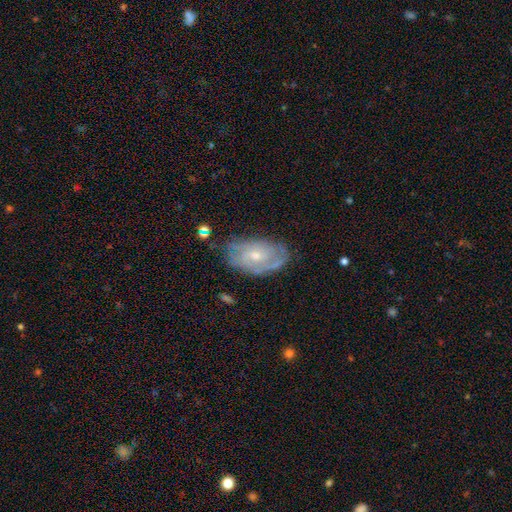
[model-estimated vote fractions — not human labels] Smooth or featured?
  - featured or disk: 73% *
  - smooth: 20%
  - star or artifact: 7%
Edge-on disk?
  - no: 95% *
  - yes: 5%
Bar?
  - no: 66% *
  - weak: 29%
  - strong: 5%
Spiral arms?
  - yes: 86% *
  - no: 14%
Spiral winding?
  - tight: 58% *
  - medium: 32%
  - loose: 10%
Spiral arm count?
  - can't tell: 41% *
  - 2: 33%
  - 3: 12%
  - 1: 6%
  - 4: 4%
  - more than 4: 3%
Bulge size?
  - small: 54% *
  - moderate: 42%
  - none: 2%
  - large: 2%
  - dominant: 1%
Merging?
  - none: 68% *
  - minor disturbance: 23%
  - major disturbance: 7%
  - merger: 2%